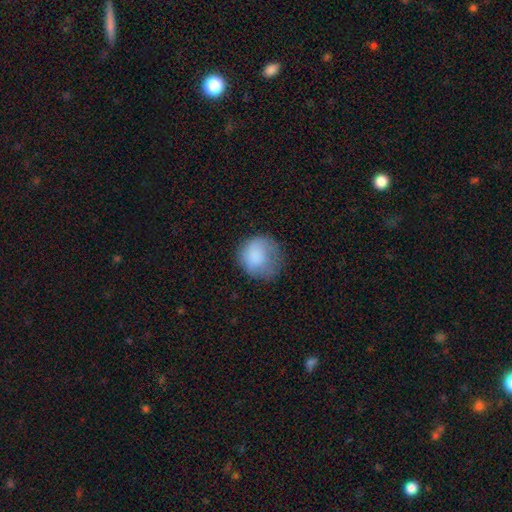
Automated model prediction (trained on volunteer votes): Morphology: type=smooth (81%); roundness=round (80%); merging=none (50%).